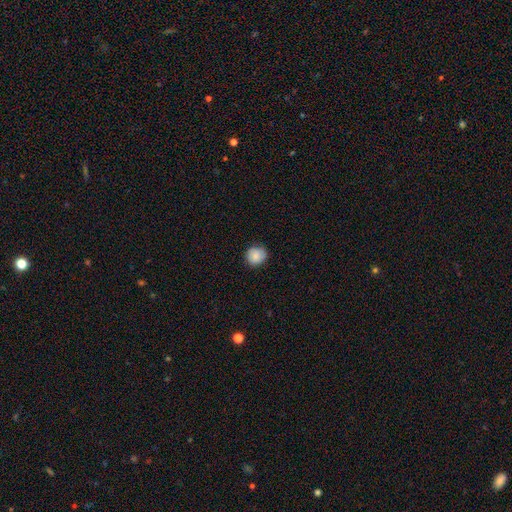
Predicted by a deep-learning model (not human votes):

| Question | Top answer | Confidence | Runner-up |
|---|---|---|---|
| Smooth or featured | smooth | 83% | featured or disk (9%) |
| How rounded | round | 87% | in between (12%) |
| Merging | none | 81% | minor disturbance (15%) |